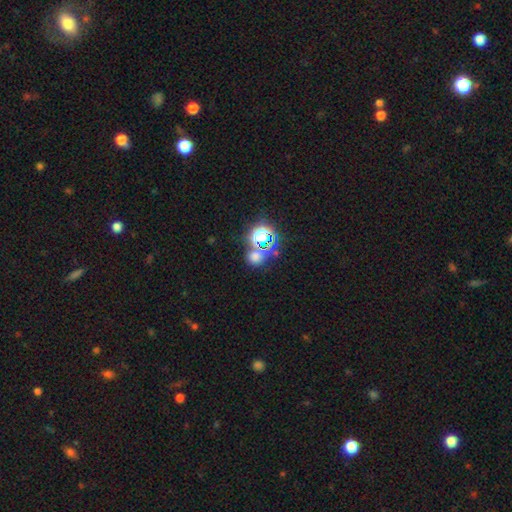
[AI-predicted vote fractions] This appears to be a smooth galaxy with no disk features (51%) that is round (80%). Merging: none (64%).